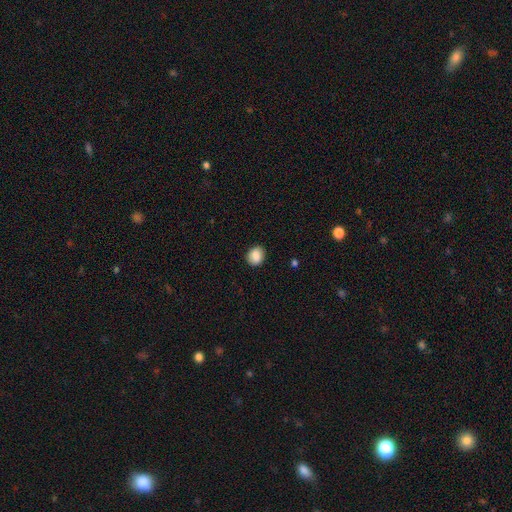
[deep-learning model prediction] A smooth galaxy with no disk features (86%) that is round (64%). Merging: none (88%).